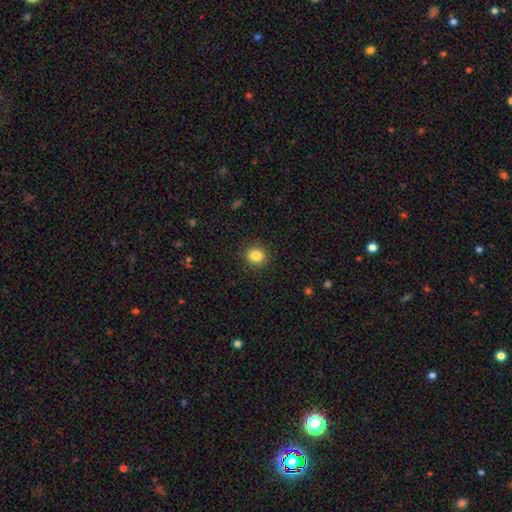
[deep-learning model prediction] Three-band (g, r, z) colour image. It shows a smooth galaxy with no disk features (85%) that is round (73%). Merging: none (89%).